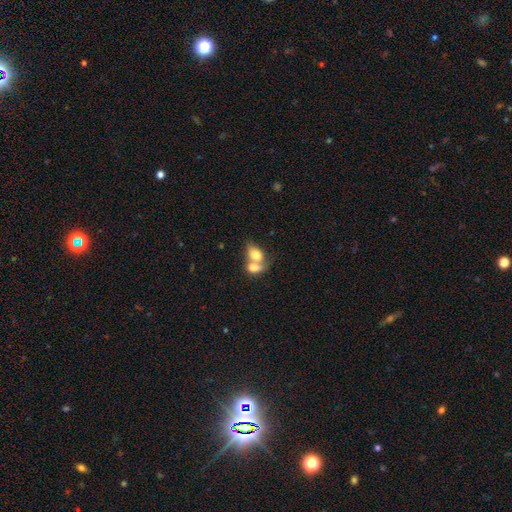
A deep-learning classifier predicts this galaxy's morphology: A smooth galaxy with no disk features (76%) that is in between round and cigar-shaped (78%). Merging: merger (72%).